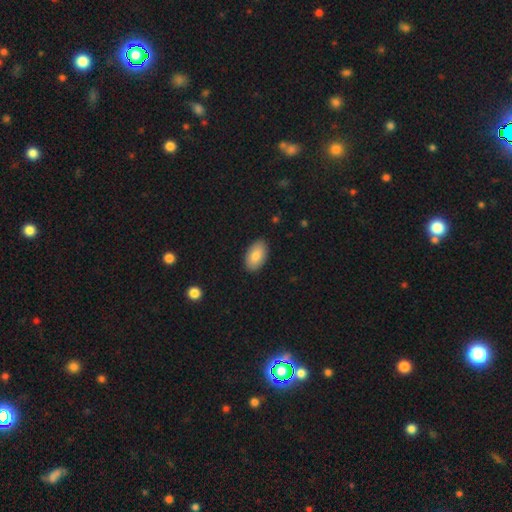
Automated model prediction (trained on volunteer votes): Smooth or featured? smooth (83%)
How rounded? in between (94%)
Merging? none (89%)